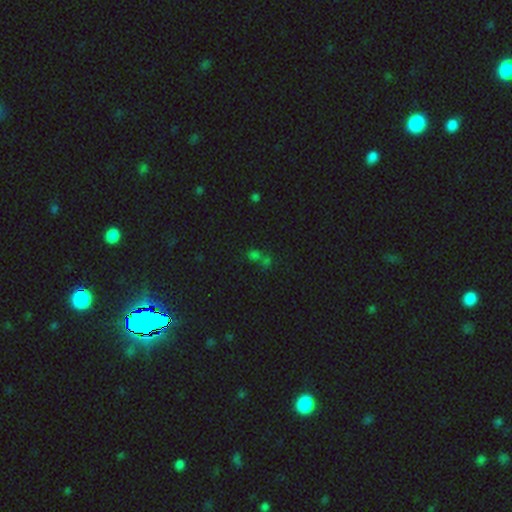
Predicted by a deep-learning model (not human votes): Overall: star or artifact (52%; smooth 38%).